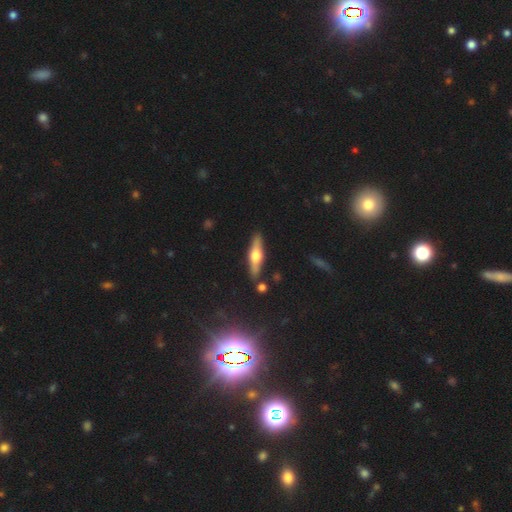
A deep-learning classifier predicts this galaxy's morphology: Q: Smooth or featured?
A: featured or disk (61%); runner-up: smooth (33%)
Q: Edge-on disk?
A: yes (95%); runner-up: no (5%)
Q: Edge-on bulge?
A: rounded (93%); runner-up: boxy (5%)
Q: Merging?
A: none (87%); runner-up: minor disturbance (9%)